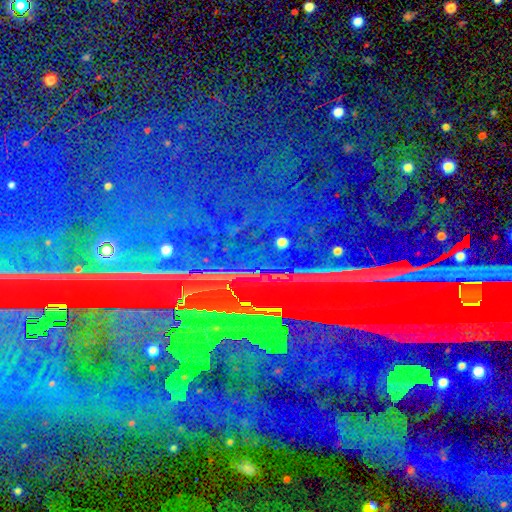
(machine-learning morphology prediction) Smooth or featured?
  - star or artifact: 84% *
  - featured or disk: 9%
  - smooth: 7%